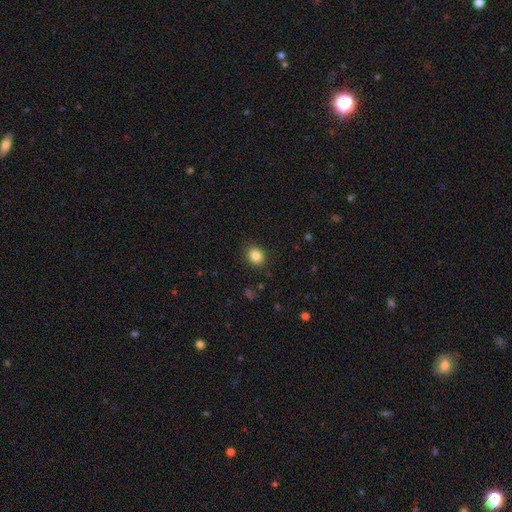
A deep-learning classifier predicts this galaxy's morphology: smooth-or-featured: smooth: 85% | star or artifact: 10% | featured or disk: 5%
  how-rounded: round: 62% | in between: 37% | cigar-shaped: 1%
  merging: none: 88% | minor disturbance: 9% | major disturbance: 3% | merger: 1%